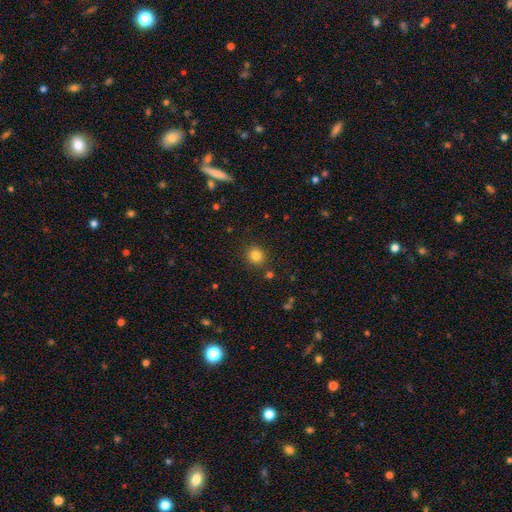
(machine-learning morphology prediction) Smooth or featured?
  - smooth: 83% *
  - star or artifact: 12%
  - featured or disk: 5%
How rounded?
  - round: 84% *
  - in between: 15%
  - cigar-shaped: 1%
Merging?
  - none: 86% *
  - minor disturbance: 8%
  - merger: 3%
  - major disturbance: 3%